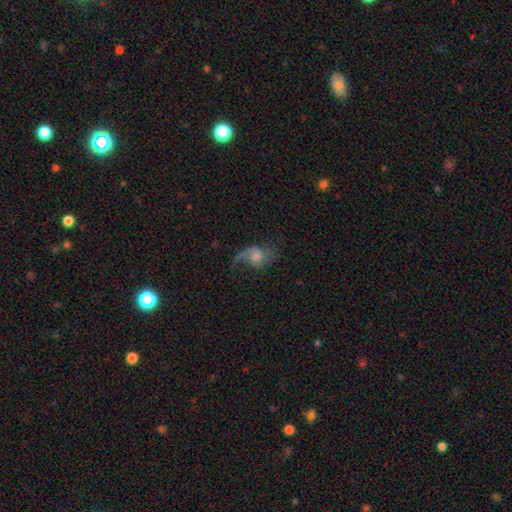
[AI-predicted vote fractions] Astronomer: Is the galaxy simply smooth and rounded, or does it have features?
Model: featured or disk — 68%.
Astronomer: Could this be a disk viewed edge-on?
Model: no — 97%.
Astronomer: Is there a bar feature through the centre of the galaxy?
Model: no — 66%.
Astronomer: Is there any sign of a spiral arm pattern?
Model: yes — 91%.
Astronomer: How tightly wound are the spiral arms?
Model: loose — 76%.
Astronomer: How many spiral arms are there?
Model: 2 — 64%.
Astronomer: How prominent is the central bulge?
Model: moderate — 39% (runner-up: small, 29%).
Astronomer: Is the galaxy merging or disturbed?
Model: none — 47% (runner-up: major disturbance, 31%).